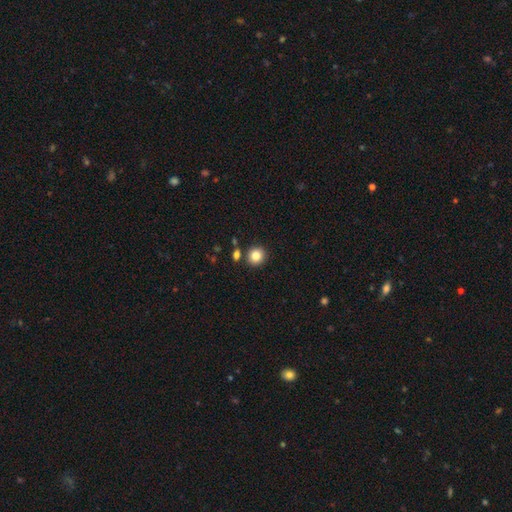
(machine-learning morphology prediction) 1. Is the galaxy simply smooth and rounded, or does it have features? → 84% smooth, 10% star or artifact, 6% featured or disk.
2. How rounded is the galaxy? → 90% round, 9% in between, 1% cigar-shaped.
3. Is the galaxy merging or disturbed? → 85% none, 7% minor disturbance, 6% merger, 2% major disturbance.